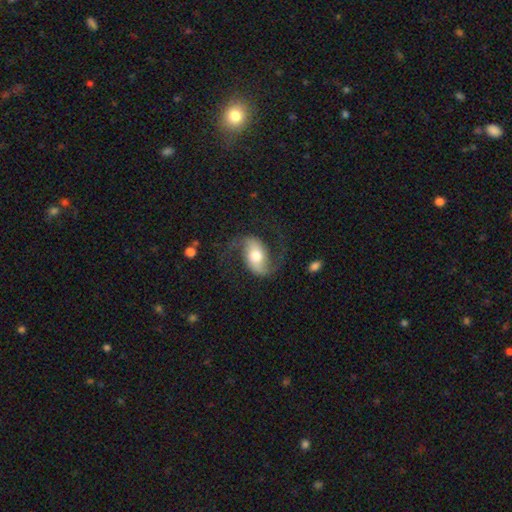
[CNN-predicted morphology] Smooth or featured? featured or disk (83%)
Edge-on disk? no (97%)
Bar? weak (37%)
Spiral arms? yes (95%)
Spiral winding? loose (59%)
Spiral arm count? 2 (93%)
Bulge size? moderate (61%)
Merging? none (70%)